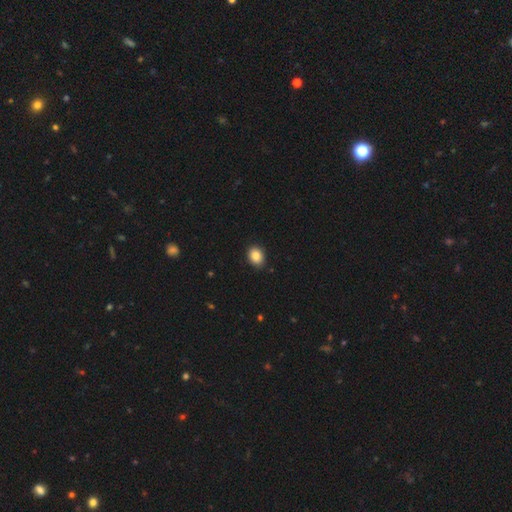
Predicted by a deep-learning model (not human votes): This appears to be a smooth galaxy with no disk features (87%) that is in between round and cigar-shaped (62%). Merging: none (88%).